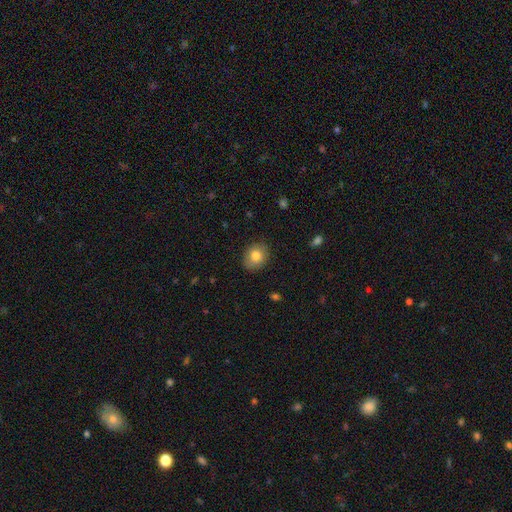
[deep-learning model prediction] Morphology: type=smooth (79%); roundness=round (56%); merging=none (85%).